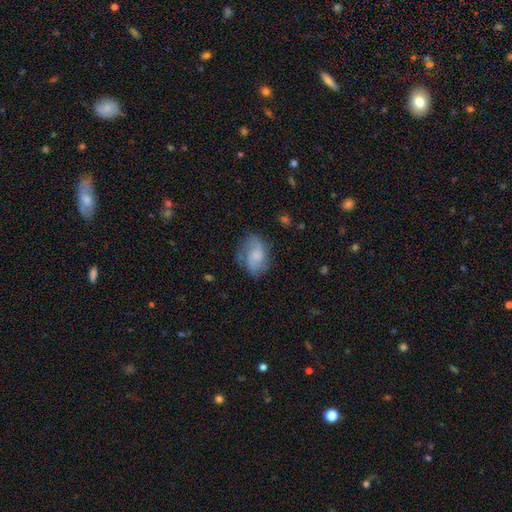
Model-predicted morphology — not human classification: type=smooth (46%); merging=none (59%).